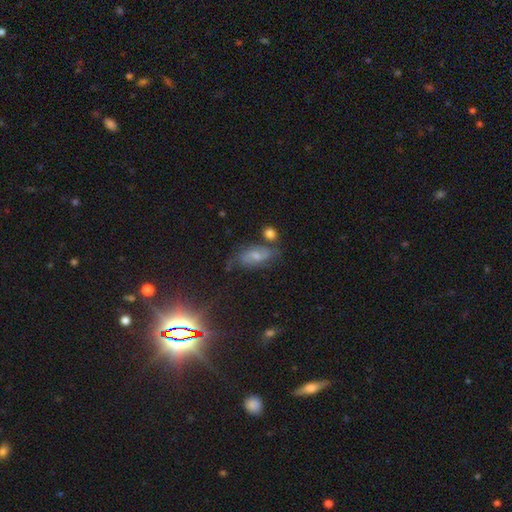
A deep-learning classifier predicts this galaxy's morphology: A featured or disk galaxy (43%).

Vote fractions:
- Smooth or featured? featured or disk: 43% / smooth: 38% / star or artifact: 19%
- Merging? none: 58% / minor disturbance: 23% / major disturbance: 10% / merger: 8%